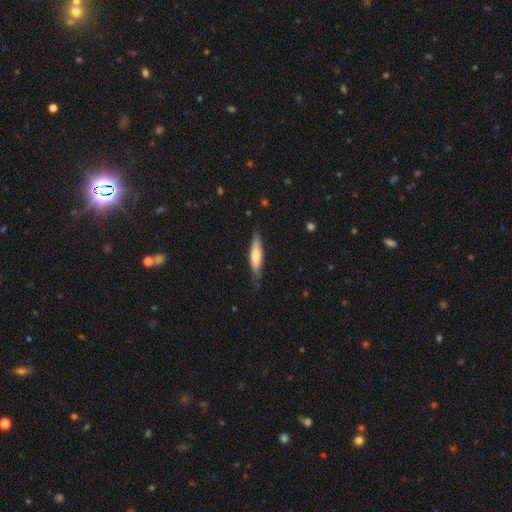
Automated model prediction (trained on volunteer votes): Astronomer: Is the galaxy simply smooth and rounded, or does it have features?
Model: smooth — 61%.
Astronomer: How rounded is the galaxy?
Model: cigar-shaped — 76%.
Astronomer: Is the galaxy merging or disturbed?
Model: none — 74%.